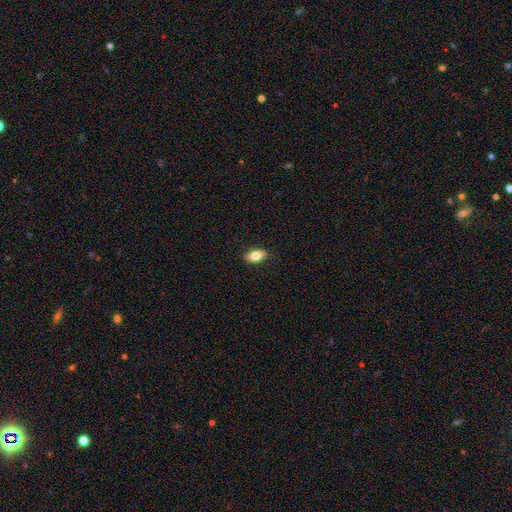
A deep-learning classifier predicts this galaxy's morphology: smooth_or_featured: smooth (p=0.80) [alt: featured or disk p=0.12]
how_rounded: in between (p=0.89) [alt: round p=0.06]
merging: none (p=0.88) [alt: minor disturbance p=0.09]